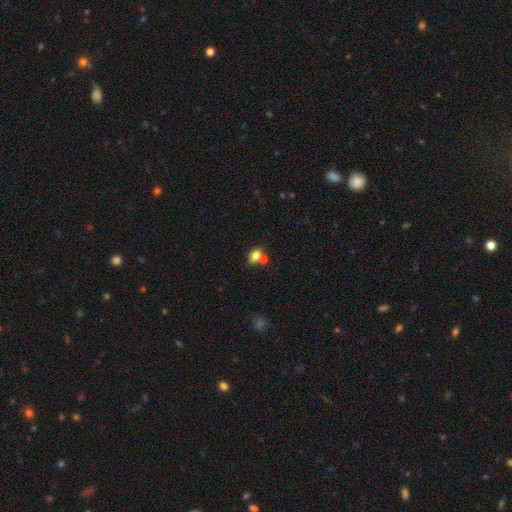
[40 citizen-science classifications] Volunteers were most divided on "merging": none: 71%, merger: 17%, minor disturbance: 6%, major disturbance: 6%. More confident: how rounded — in between (87%); smooth or featured — smooth (78%).